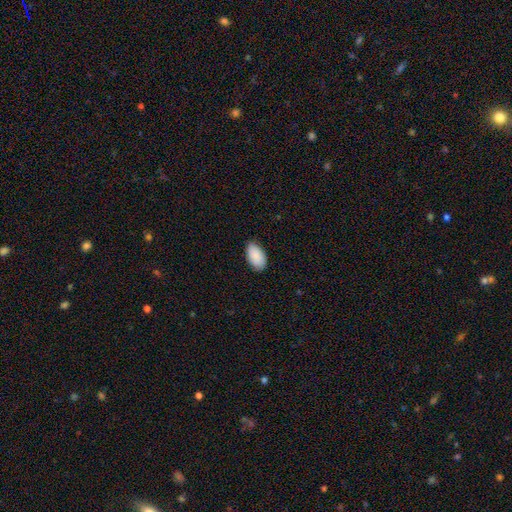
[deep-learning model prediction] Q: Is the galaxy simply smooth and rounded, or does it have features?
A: smooth — 89%.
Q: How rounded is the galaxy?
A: in between — 95%.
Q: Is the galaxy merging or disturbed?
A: none — 81%.